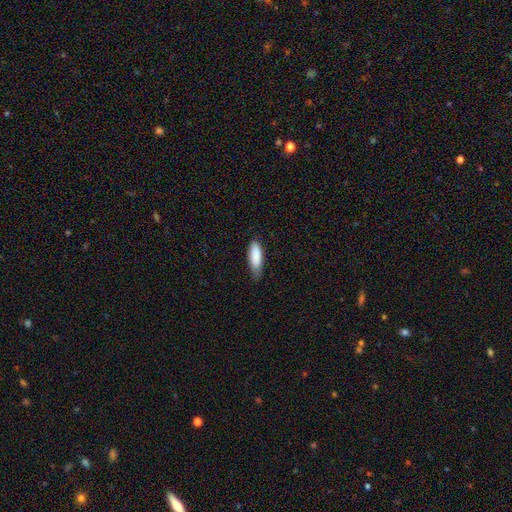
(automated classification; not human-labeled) Morphology: type=smooth (87%); roundness=in between (61%); merging=none (61%).